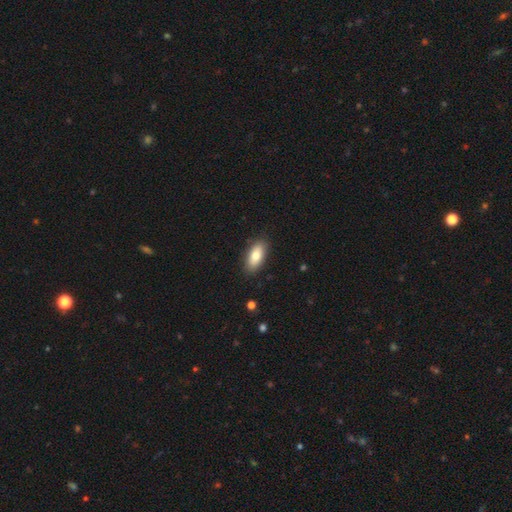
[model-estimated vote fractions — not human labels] Overall: smooth (80%). How rounded: in between (88%). Merging: none (87%).